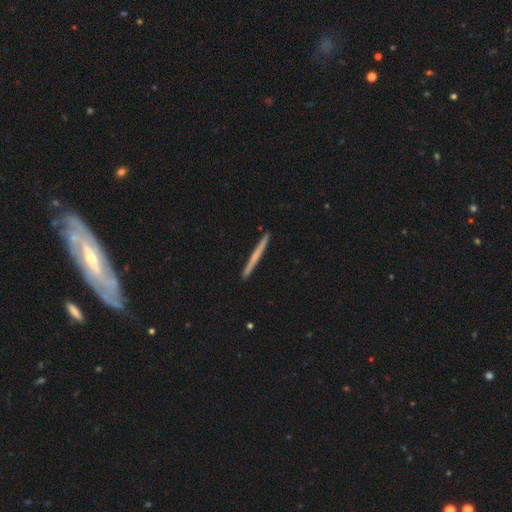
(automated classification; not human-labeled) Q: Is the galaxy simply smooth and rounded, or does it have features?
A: smooth — 51%.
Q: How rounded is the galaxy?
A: cigar-shaped — 97%.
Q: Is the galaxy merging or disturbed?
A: none — 93%.